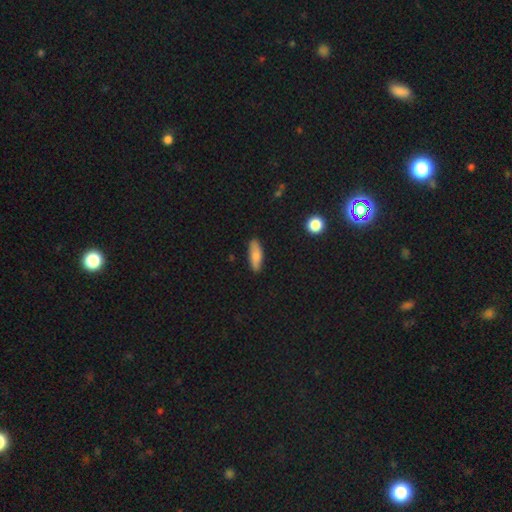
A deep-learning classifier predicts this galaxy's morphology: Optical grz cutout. It shows a smooth galaxy with no disk features (82%) that is in between round and cigar-shaped (59%). Merging: none (86%).